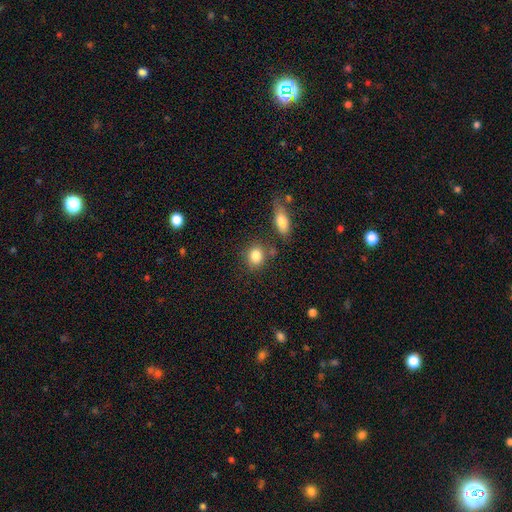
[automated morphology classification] A smooth galaxy with no disk features (83%) that is round (63%).

Vote fractions:
- Smooth or featured? smooth: 83% / star or artifact: 9% / featured or disk: 8%
- How rounded? round: 63% / in between: 36% / cigar-shaped: 2%
- Merging? none: 72% / minor disturbance: 13% / merger: 11% / major disturbance: 4%